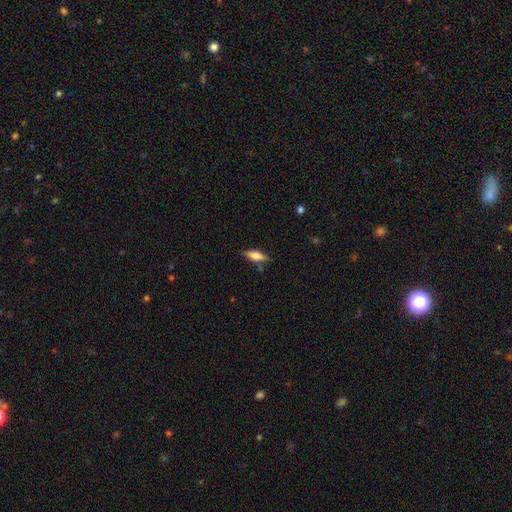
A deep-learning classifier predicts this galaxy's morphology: Overall: smooth (62%; featured or disk 31%). How rounded: in between (57%; cigar-shaped 40%). Merging: none (79%).